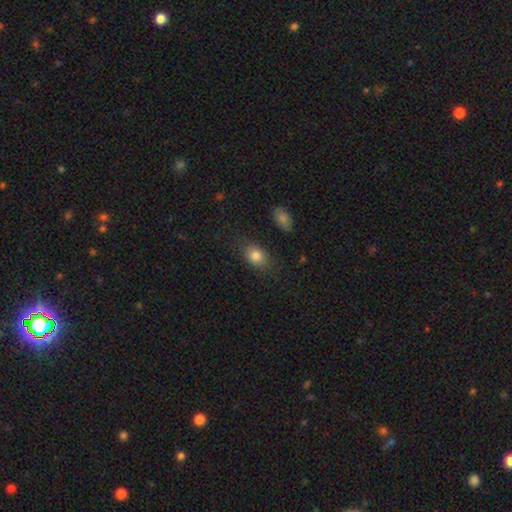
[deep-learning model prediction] A smooth galaxy with no disk features (82%) that is in between round and cigar-shaped (71%).

Vote fractions:
- Smooth or featured? smooth: 82% / star or artifact: 9% / featured or disk: 8%
- How rounded? in between: 71% / round: 27% / cigar-shaped: 2%
- Merging? none: 80% / minor disturbance: 14% / major disturbance: 4% / merger: 2%